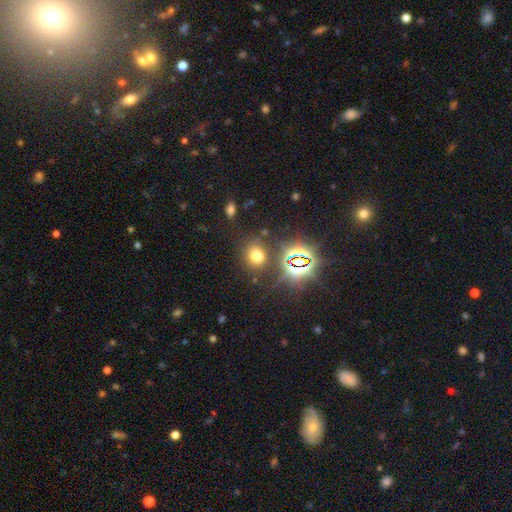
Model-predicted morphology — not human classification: Smooth or featured? Predicted: smooth (p=0.62). How rounded? Predicted: round (p=0.64). Merging? Predicted: none (p=0.77).